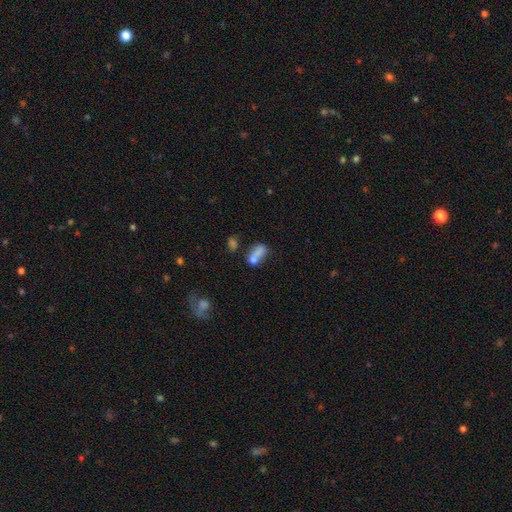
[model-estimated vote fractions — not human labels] The model was most divided on "merging": merger: 44%, none: 30%, minor disturbance: 15%, major disturbance: 11%. More confident: how rounded — in between (72%); smooth or featured — smooth (70%).